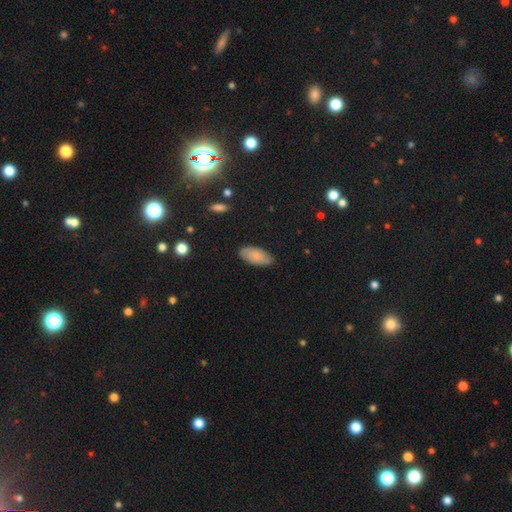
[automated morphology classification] A smooth galaxy with no disk features (76%) that is in between round and cigar-shaped (91%).

Vote fractions:
- Smooth or featured? smooth: 76% / featured or disk: 17% / star or artifact: 7%
- How rounded? in between: 91% / cigar-shaped: 6% / round: 2%
- Merging? none: 81% / minor disturbance: 15% / major disturbance: 3% / merger: 1%